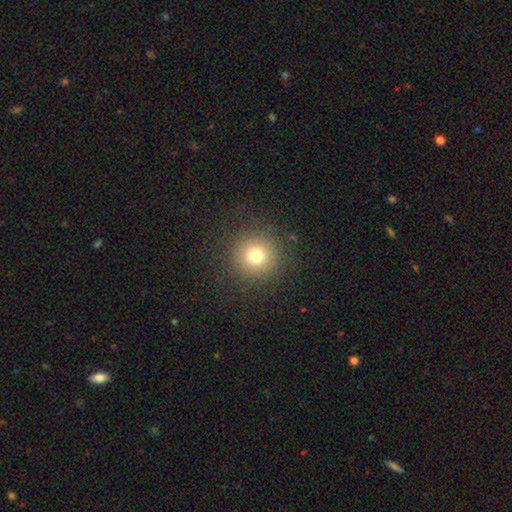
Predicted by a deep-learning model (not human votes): Q: Smooth or featured?
A: smooth (76%); runner-up: star or artifact (15%)
Q: How rounded?
A: round (95%); runner-up: in between (4%)
Q: Merging?
A: none (87%); runner-up: minor disturbance (7%)